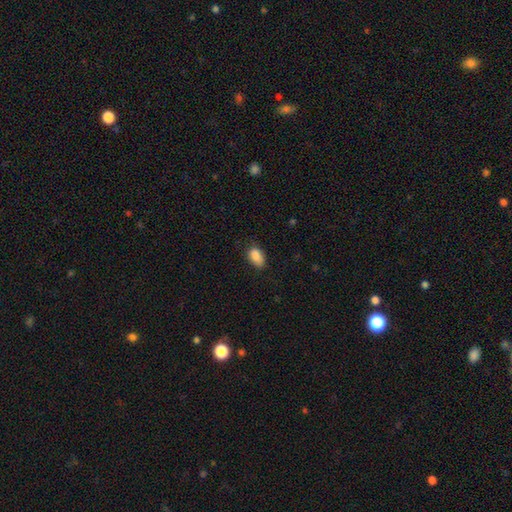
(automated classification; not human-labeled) A smooth galaxy with no disk features (88%) that is in between round and cigar-shaped (91%).

Vote fractions:
- Smooth or featured? smooth: 88% / star or artifact: 8% / featured or disk: 5%
- How rounded? in between: 91% / round: 7% / cigar-shaped: 2%
- Merging? none: 73% / minor disturbance: 22% / major disturbance: 4% / merger: 1%